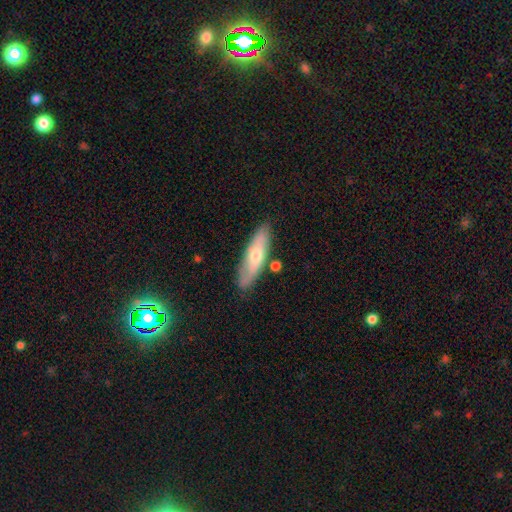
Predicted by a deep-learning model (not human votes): smooth_or_featured: smooth (p=0.54) [alt: featured or disk p=0.40]
how_rounded: cigar-shaped (p=0.56) [alt: in between p=0.42]
merging: none (p=0.78) [alt: minor disturbance p=0.14]